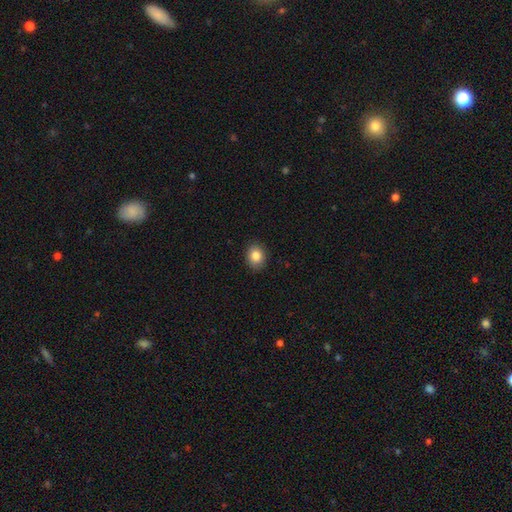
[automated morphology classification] The model was most divided on "how rounded": round: 56%, in between: 43%, cigar-shaped: 1%. More confident: merging — none (90%); smooth or featured — smooth (85%).